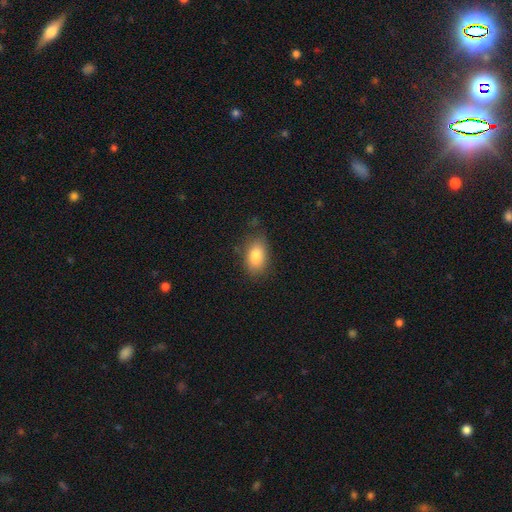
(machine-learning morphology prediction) smooth_or_featured: smooth (p=0.85) [alt: featured or disk p=0.08]
how_rounded: in between (p=0.91) [alt: round p=0.07]
merging: none (p=0.75) [alt: minor disturbance p=0.19]